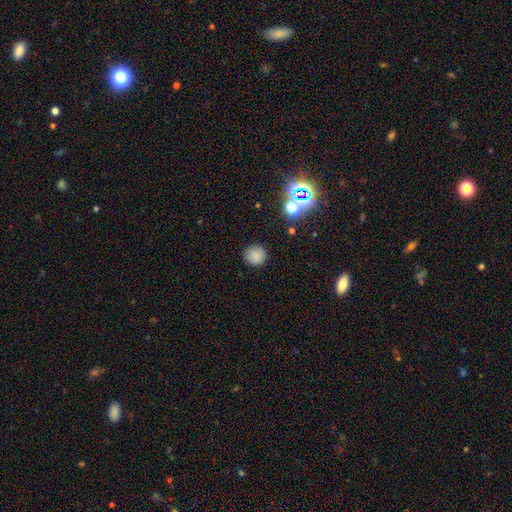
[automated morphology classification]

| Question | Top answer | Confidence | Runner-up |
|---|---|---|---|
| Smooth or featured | smooth | 82% | star or artifact (13%) |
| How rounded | round | 94% | in between (5%) |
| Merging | none | 89% | minor disturbance (7%) |